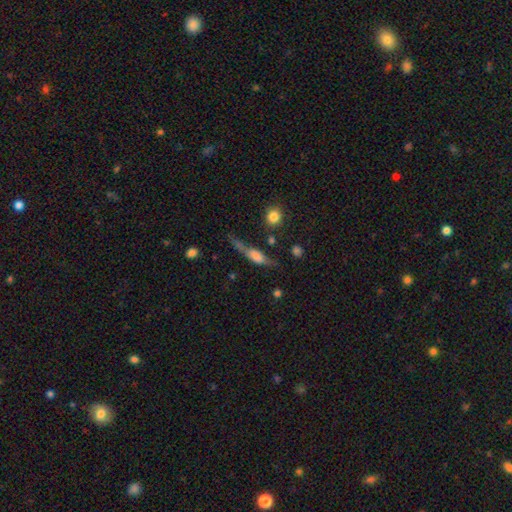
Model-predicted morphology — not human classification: Q: Smooth or featured?
A: featured or disk (47%); runner-up: smooth (43%)
Q: Merging?
A: none (46%); runner-up: minor disturbance (26%)